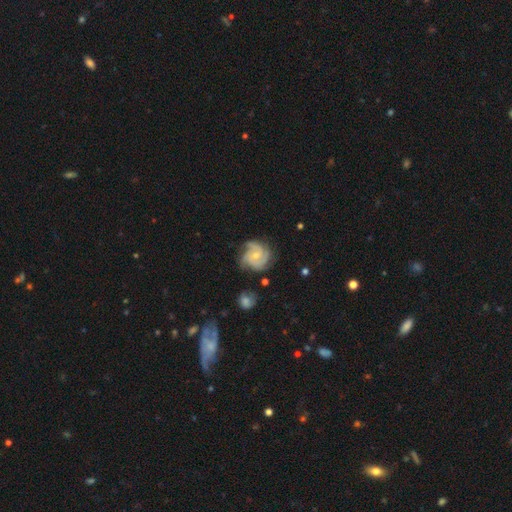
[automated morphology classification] The model was most divided on "spiral winding": tight: 52%, medium: 39%, loose: 8%. More confident: edge-on disk — no (98%); spiral arms — yes (97%); smooth or featured — featured or disk (84%); bar — no (69%); merging — none (69%); bulge size — small (62%); spiral arm count — 3 (57%).